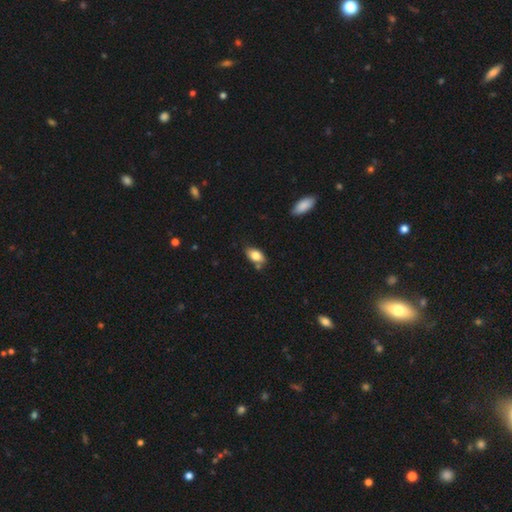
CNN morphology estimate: A smooth galaxy with no disk features (81%) that is in between round and cigar-shaped (90%). Merging: none (69%).